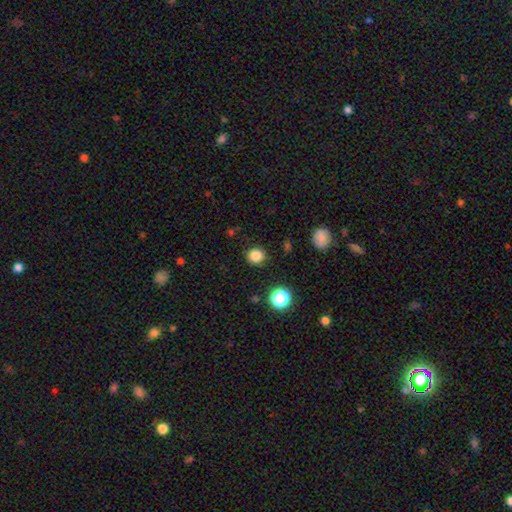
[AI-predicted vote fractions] Smooth or featured: smooth — 84% (star or artifact — 12%)
How rounded: round — 88% (in between — 11%)
Merging: none — 89% (minor disturbance — 8%)